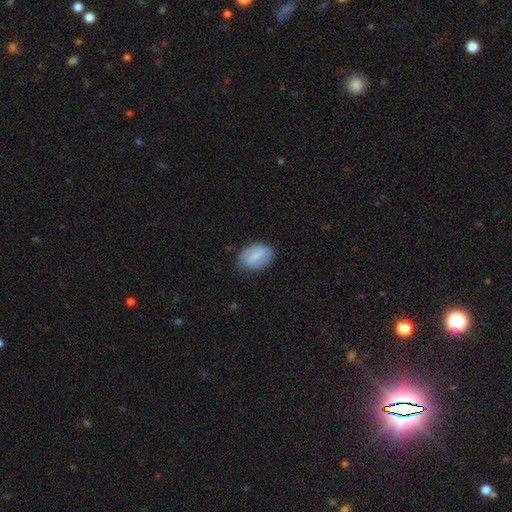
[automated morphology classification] This is likely a smooth galaxy (65%). How rounded: clearly in between (82%). Merging: likely none (72%).